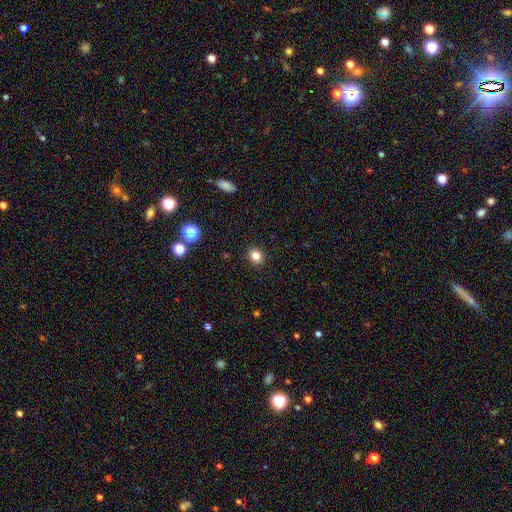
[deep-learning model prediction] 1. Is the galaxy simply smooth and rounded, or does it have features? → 82% smooth, 12% star or artifact, 6% featured or disk.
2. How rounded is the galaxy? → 73% round, 26% in between, 1% cigar-shaped.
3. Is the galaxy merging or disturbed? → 91% none, 6% minor disturbance, 2% major disturbance, 1% merger.